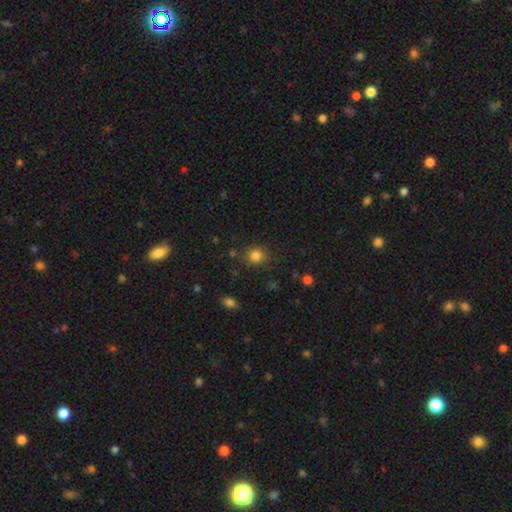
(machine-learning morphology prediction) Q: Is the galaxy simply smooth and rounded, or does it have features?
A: smooth — 83%.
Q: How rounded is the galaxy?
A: round — 79%.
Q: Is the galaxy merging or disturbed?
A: none — 81%.